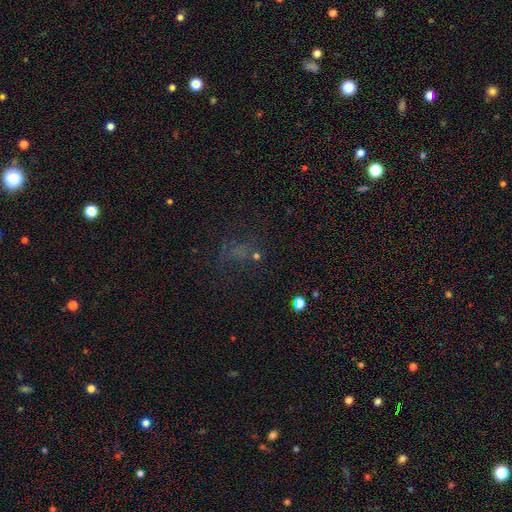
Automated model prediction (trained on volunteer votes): Smooth or featured?
  - smooth: 39% *
  - star or artifact: 37%
  - featured or disk: 24%
Merging?
  - none: 50% *
  - major disturbance: 27%
  - minor disturbance: 16%
  - merger: 7%